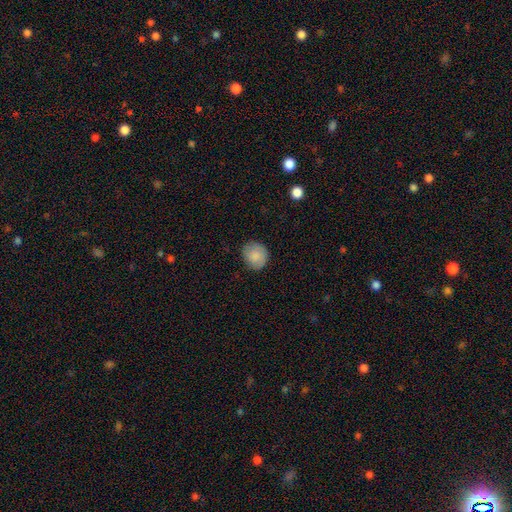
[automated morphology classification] Overall: smooth (84%). How rounded: round (78%). Merging: none (81%).